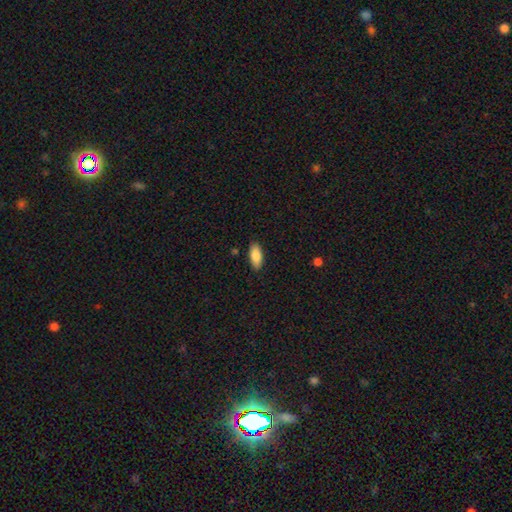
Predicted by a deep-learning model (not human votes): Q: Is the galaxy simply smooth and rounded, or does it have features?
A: smooth — 86%.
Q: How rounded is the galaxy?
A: in between — 82%.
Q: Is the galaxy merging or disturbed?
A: none — 86%.